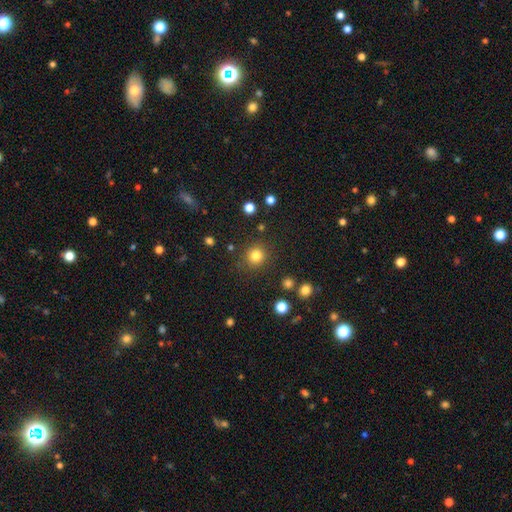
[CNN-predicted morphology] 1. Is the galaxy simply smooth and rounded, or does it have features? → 82% smooth, 13% star or artifact, 5% featured or disk.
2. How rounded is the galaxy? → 91% round, 8% in between, 1% cigar-shaped.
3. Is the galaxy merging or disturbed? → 86% none, 8% minor disturbance, 3% major disturbance, 3% merger.